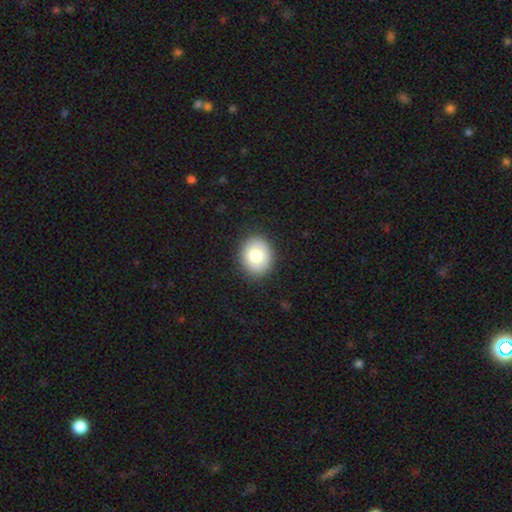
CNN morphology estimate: The model was most divided on "how rounded": round: 54%, in between: 45%, cigar-shaped: 1%. More confident: merging — none (89%); smooth or featured — smooth (80%).